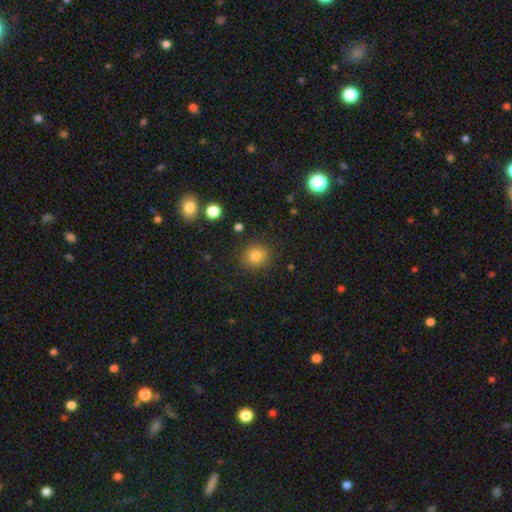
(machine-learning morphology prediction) Smooth or featured? smooth (82%)
How rounded? round (81%)
Merging? none (88%)